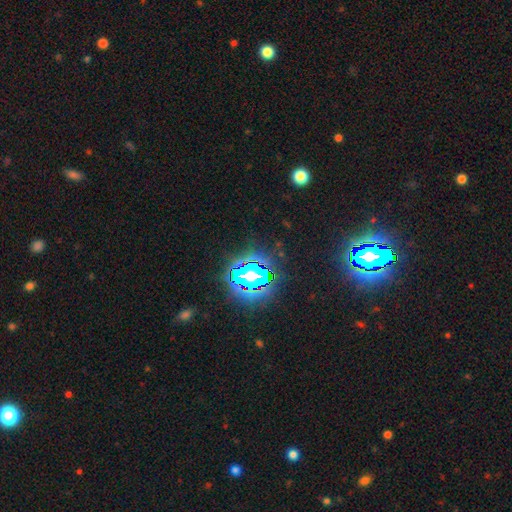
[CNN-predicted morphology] smooth_or_featured: star or artifact (p=0.82) [alt: smooth p=0.11]